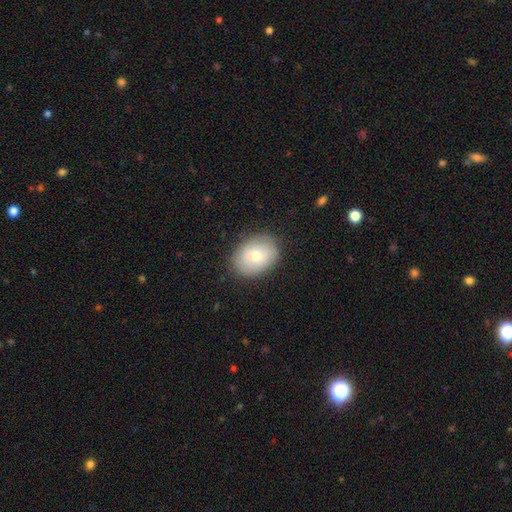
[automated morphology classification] smooth 69%, featured or disk 24%, star or artifact 7%. Down the decision tree: how rounded — in between (68%); merging — none (84%).